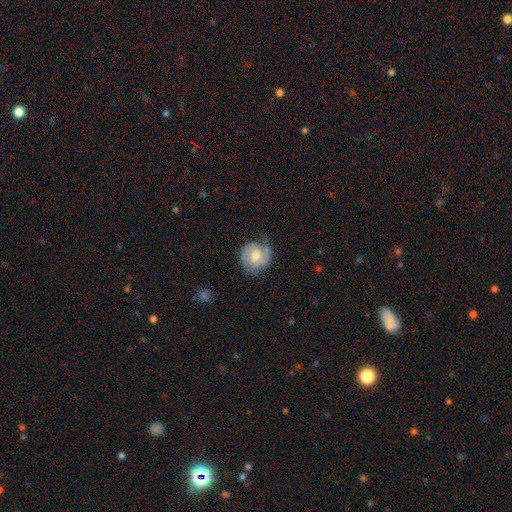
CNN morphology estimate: smooth-or-featured: featured or disk: 64% | smooth: 29% | star or artifact: 7%
  disk-edge-on: no: 97% | yes: 3%
    bar: no: 55% | weak: 38% | strong: 7%
    has-spiral-arms: yes: 90% | no: 10%
      spiral-winding: tight: 43% | medium: 41% | loose: 17%
      spiral-arm-count: 2: 78% | can't tell: 10% | 1: 8% | 3: 2% | 4: 1% | more than 4: 1%
    bulge-size: moderate: 69% | small: 20% | large: 8% | none: 2% | dominant: 1%
  merging: none: 67% | minor disturbance: 23% | major disturbance: 9% | merger: 1%